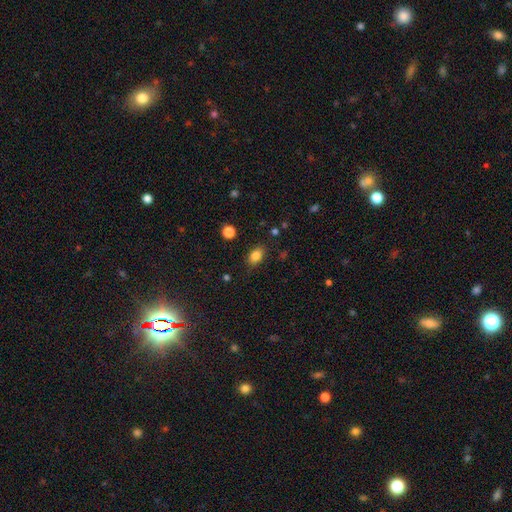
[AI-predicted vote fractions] Morphology: type=smooth (84%); roundness=in between (79%); merging=none (83%).